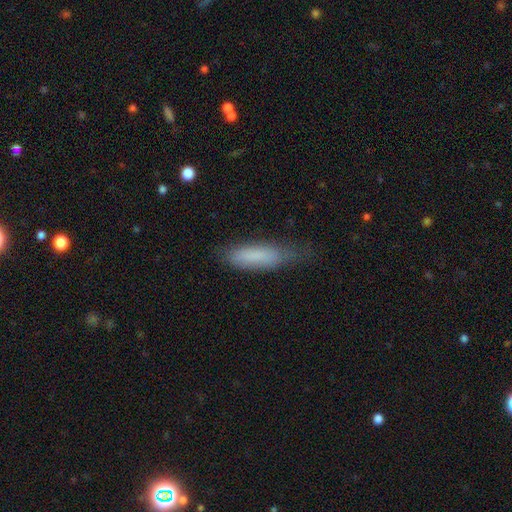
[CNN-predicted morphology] smooth 80%, featured or disk 13%, star or artifact 7%. Down the decision tree: how rounded — cigar-shaped (56%); merging — none (54%).